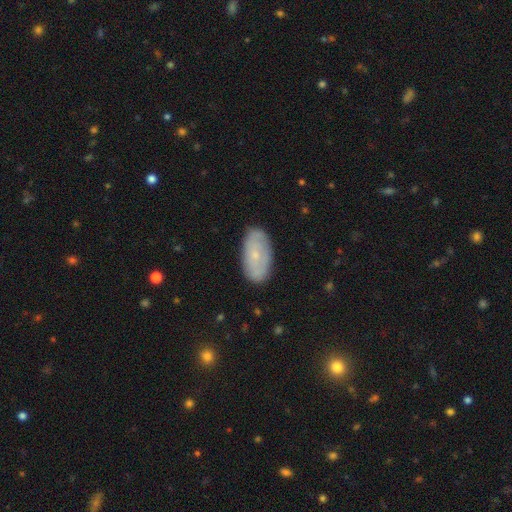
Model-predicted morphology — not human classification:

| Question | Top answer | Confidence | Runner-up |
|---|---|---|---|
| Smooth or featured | smooth | 53% | featured or disk (39%) |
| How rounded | in between | 93% | round (4%) |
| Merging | none | 83% | minor disturbance (13%) |